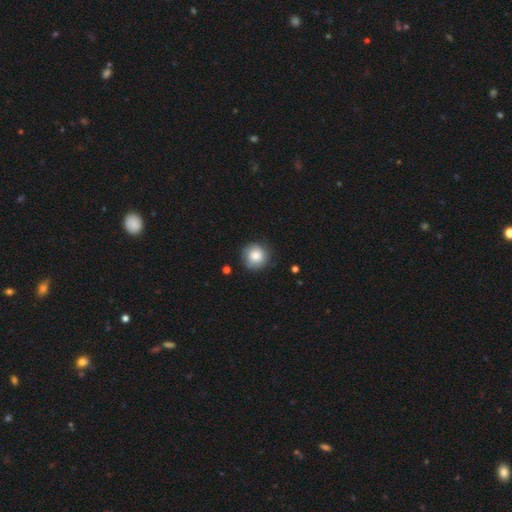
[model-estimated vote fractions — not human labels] The model was most divided on "merging": none: 81%, minor disturbance: 15%, major disturbance: 3%, merger: 2%. More confident: how rounded — round (93%); smooth or featured — smooth (81%).